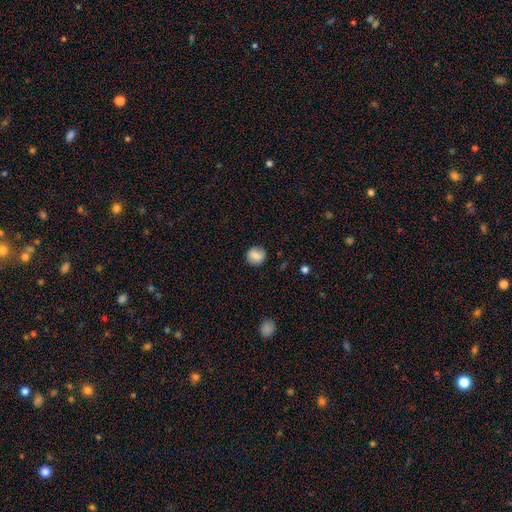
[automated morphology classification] Overall: smooth (78%). How rounded: round (87%). Merging: none (85%).